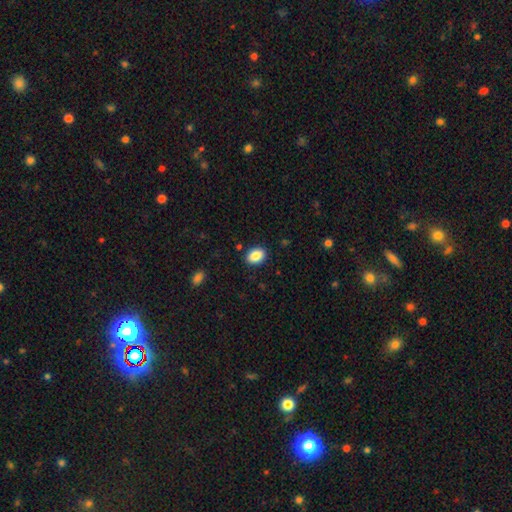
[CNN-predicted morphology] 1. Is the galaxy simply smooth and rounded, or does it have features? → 88% smooth, 8% star or artifact, 4% featured or disk.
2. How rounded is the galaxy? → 77% in between, 22% round, 1% cigar-shaped.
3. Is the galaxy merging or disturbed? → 89% none, 8% minor disturbance, 2% major disturbance, 1% merger.